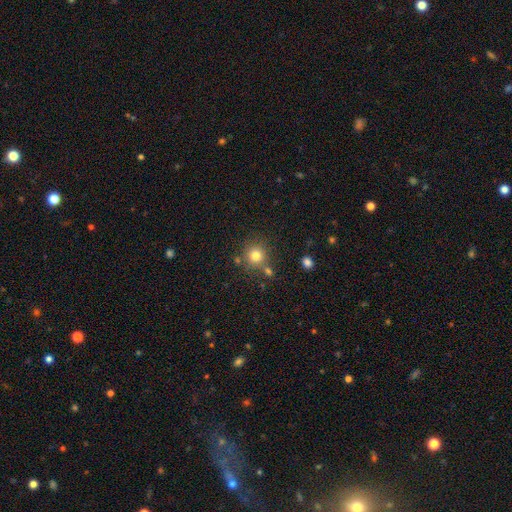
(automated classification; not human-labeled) Smooth or featured? smooth (79%)
How rounded? round (93%)
Merging? none (75%)